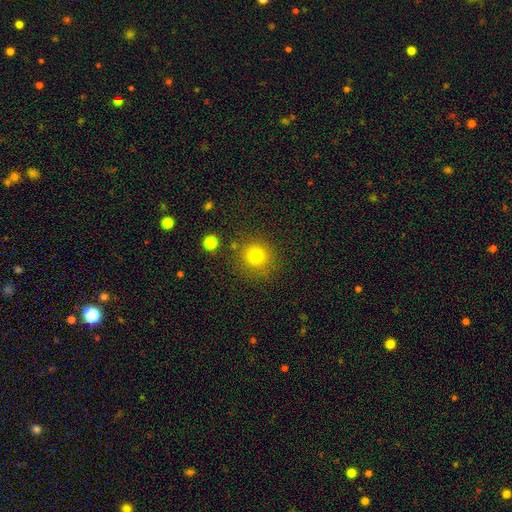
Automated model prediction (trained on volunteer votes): This is likely a smooth galaxy (78%). How rounded: clearly round (92%). Merging: clearly none (83%).